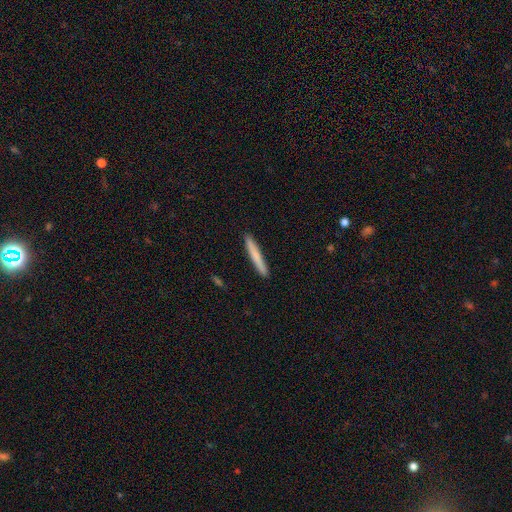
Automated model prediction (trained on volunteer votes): smooth 76%, featured or disk 18%, star or artifact 5%. Down the decision tree: how rounded — cigar-shaped (96%); merging — none (92%).